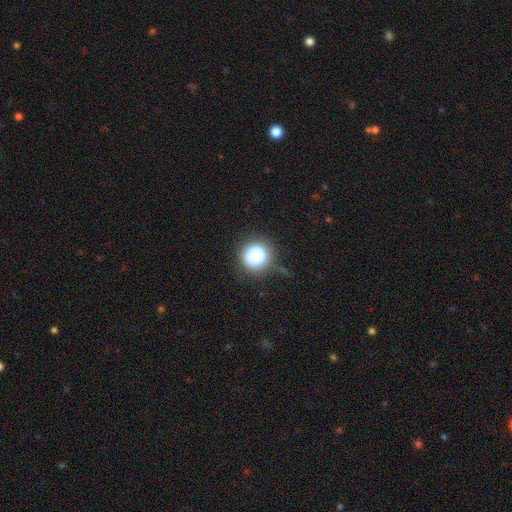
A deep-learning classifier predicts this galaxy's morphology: type=smooth (84%); roundness=round (92%); merging=none (79%).